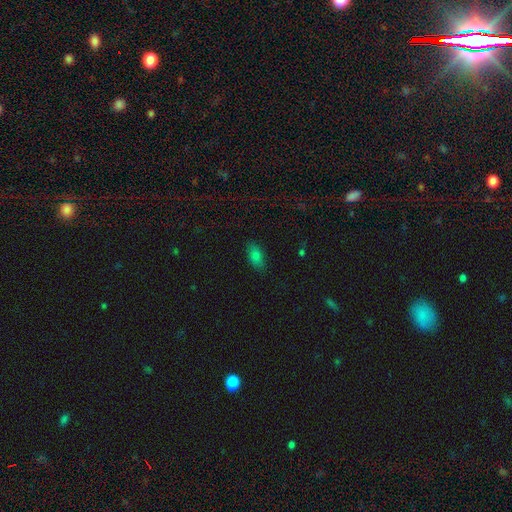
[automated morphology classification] This appears to be a smooth galaxy with no disk features (78%) that is in between round and cigar-shaped (88%). Merging: none (84%).